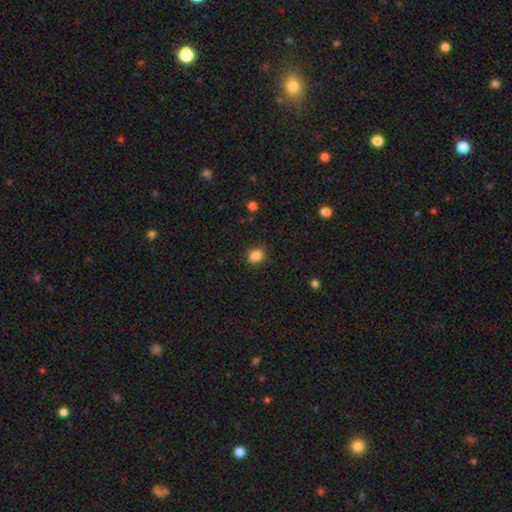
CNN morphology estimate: A smooth galaxy with no disk features (86%) that is round (56%). Merging: none (89%).